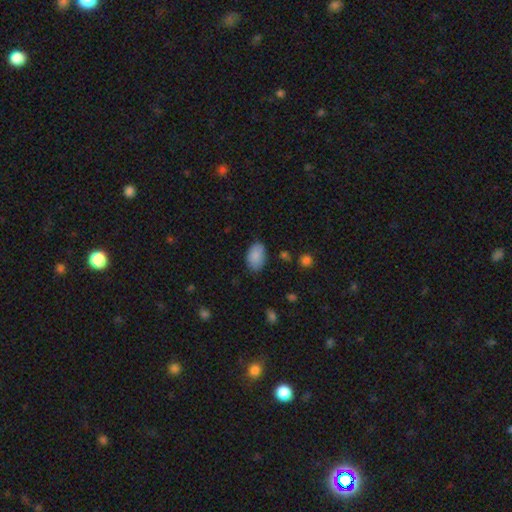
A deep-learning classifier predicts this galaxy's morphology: This appears to be a smooth galaxy with no disk features (87%) that is in between round and cigar-shaped (91%). Merging: none (79%).